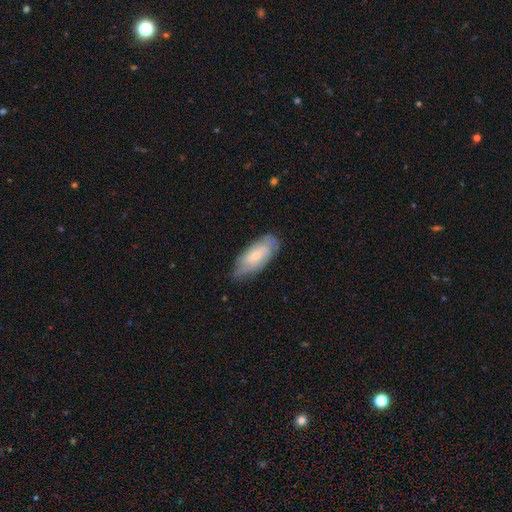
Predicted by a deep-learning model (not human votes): A featured or disk galaxy (50%).

Vote fractions:
- Smooth or featured? featured or disk: 50% / smooth: 44% / star or artifact: 6%
- Edge-on disk? no: 87% / yes: 13%
- Merging? none: 70% / minor disturbance: 23% / major disturbance: 5% / merger: 1%